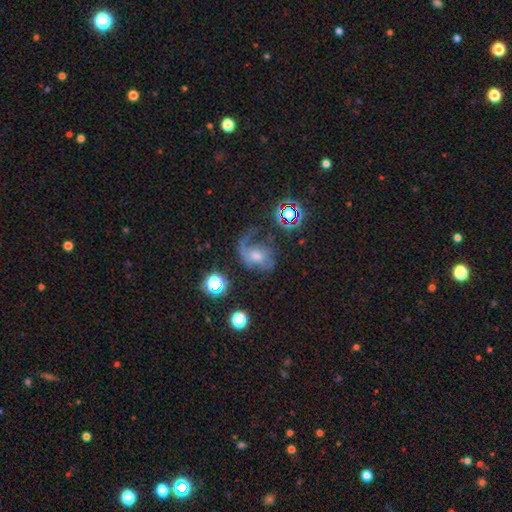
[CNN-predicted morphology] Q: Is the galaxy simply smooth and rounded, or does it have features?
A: featured or disk — 65%.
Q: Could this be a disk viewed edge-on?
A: no — 97%.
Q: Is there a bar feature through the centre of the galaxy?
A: no — 60%.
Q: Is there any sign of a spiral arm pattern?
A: yes — 87%.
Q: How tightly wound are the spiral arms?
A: loose — 47%.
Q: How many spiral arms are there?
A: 1 — 51%.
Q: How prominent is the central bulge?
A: moderate — 53%.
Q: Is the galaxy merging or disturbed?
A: major disturbance — 38%.